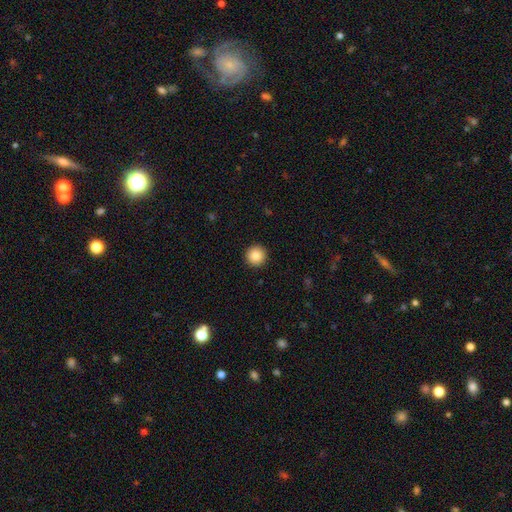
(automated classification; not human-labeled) smooth 87%, star or artifact 9%, featured or disk 4%. Down the decision tree: how rounded — round (96%); merging — none (93%).